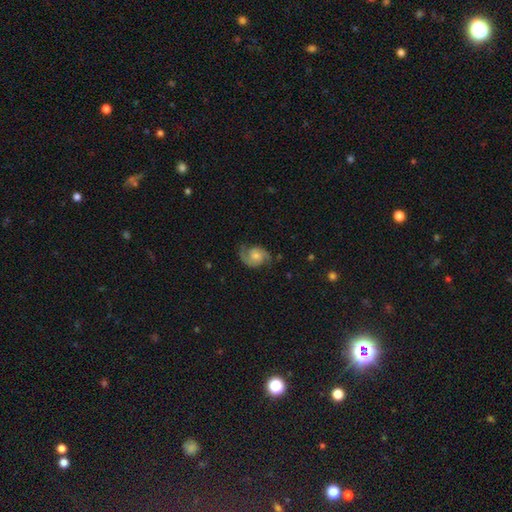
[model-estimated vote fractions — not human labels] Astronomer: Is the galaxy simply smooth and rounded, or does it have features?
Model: featured or disk — 79%.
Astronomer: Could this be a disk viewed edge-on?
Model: no — 97%.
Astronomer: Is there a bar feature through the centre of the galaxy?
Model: no — 68%.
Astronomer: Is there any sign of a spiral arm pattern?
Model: yes — 96%.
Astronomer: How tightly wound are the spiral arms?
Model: medium — 49% (runner-up: loose, 27%).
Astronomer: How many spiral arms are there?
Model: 2 — 85%.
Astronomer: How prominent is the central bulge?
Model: moderate — 53% (runner-up: small, 34%).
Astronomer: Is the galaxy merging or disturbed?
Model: none — 70%.